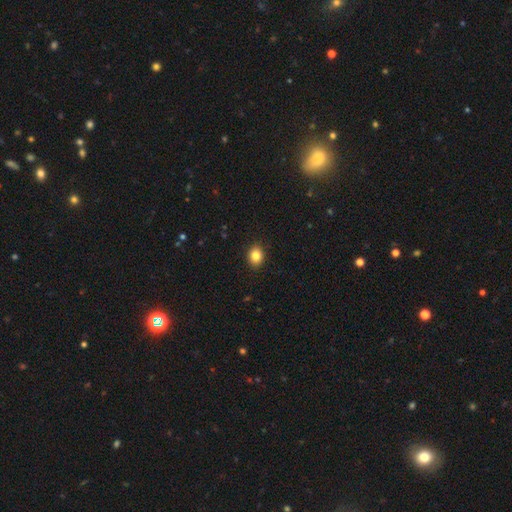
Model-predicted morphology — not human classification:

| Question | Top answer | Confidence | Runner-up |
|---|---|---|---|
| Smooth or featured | smooth | 84% | star or artifact (10%) |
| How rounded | round | 51% | in between (48%) |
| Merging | none | 91% | minor disturbance (7%) |